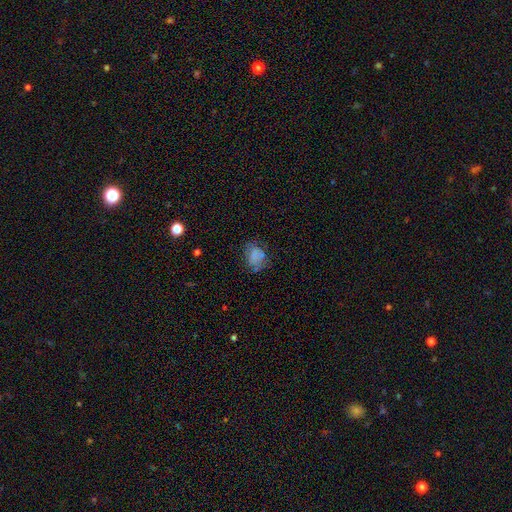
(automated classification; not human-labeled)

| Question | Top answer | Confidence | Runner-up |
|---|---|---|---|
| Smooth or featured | smooth | 70% | featured or disk (18%) |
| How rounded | in between | 58% | round (41%) |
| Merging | none | 56% | minor disturbance (25%) |